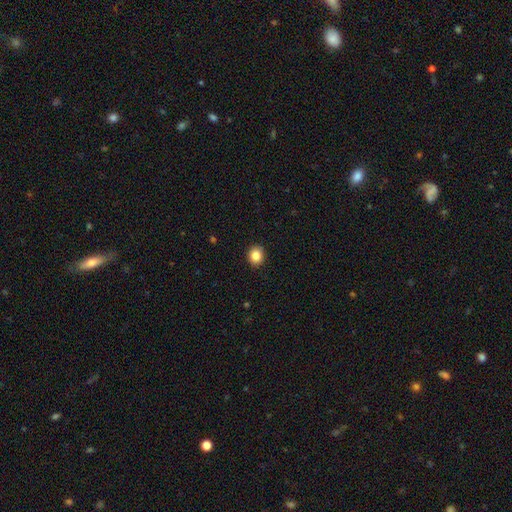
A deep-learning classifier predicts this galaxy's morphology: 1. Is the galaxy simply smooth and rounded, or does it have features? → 86% smooth, 10% star or artifact, 5% featured or disk.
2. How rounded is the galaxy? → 74% round, 25% in between, 1% cigar-shaped.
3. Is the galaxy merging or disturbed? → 91% none, 7% minor disturbance, 2% major disturbance, 1% merger.